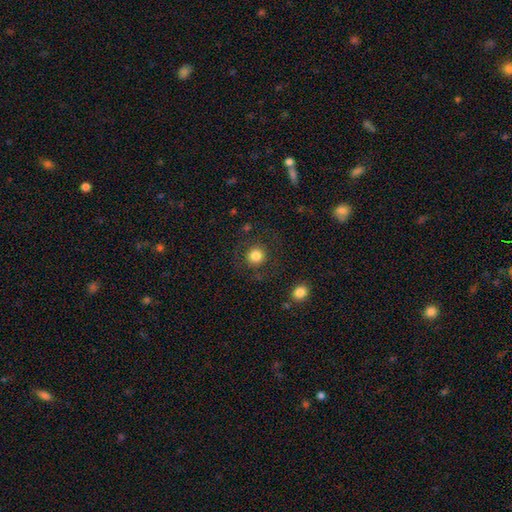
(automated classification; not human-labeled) This appears to be a smooth galaxy with no disk features (81%) that is round (92%). Merging: none (83%).